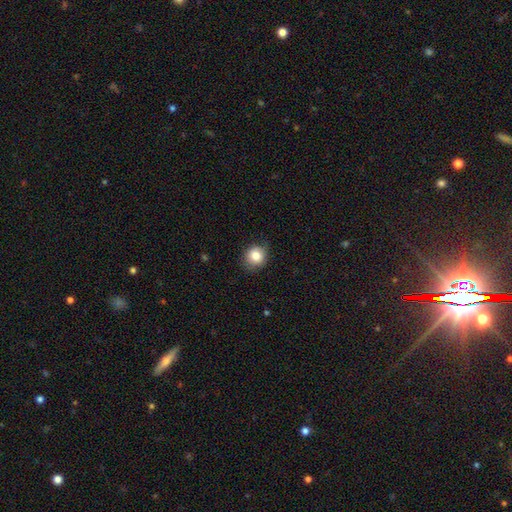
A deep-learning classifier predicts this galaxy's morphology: This appears to be a smooth galaxy with no disk features (82%) that is round (79%). Merging: none (78%).